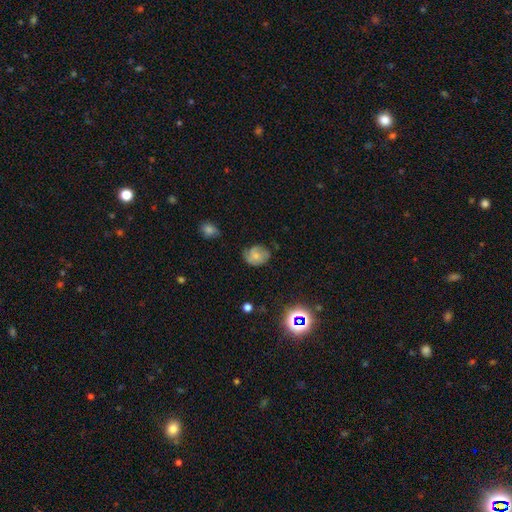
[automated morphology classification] Smooth or featured?
  - smooth: 56% *
  - featured or disk: 33%
  - star or artifact: 11%
How rounded?
  - round: 52% *
  - in between: 47%
  - cigar-shaped: 1%
Merging?
  - none: 57% *
  - minor disturbance: 32%
  - major disturbance: 9%
  - merger: 2%